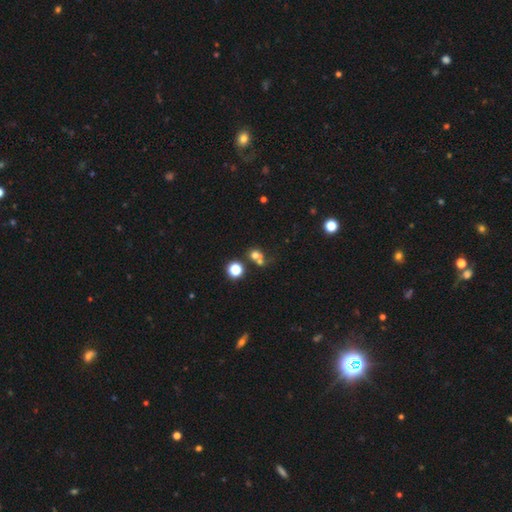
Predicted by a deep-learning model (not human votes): smooth_or_featured: smooth (p=0.63) [alt: star or artifact p=0.23]
how_rounded: round (p=0.82) [alt: in between p=0.17]
merging: none (p=0.43) [alt: merger p=0.42]